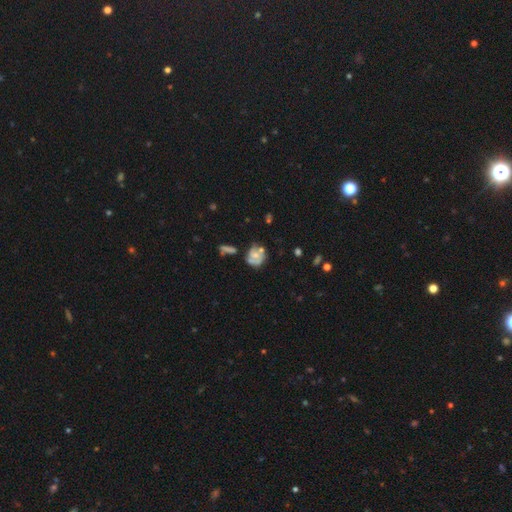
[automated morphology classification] smooth-or-featured: featured or disk: 51% | smooth: 39% | star or artifact: 10%
  disk-edge-on: no: 97% | yes: 3%
  merging: none: 44% | minor disturbance: 22% | merger: 20% | major disturbance: 13%